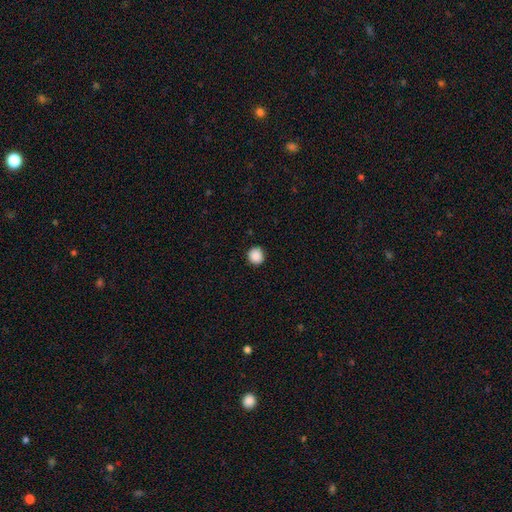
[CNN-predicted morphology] Smooth or featured? Predicted: smooth (p=0.89). How rounded? Predicted: round (p=0.91). Merging? Predicted: none (p=0.92).